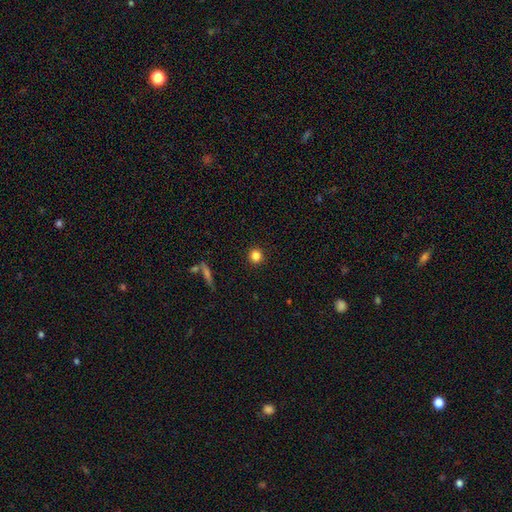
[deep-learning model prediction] A smooth galaxy with no disk features (84%) that is round (92%).

Vote fractions:
- Smooth or featured? smooth: 84% / star or artifact: 11% / featured or disk: 5%
- How rounded? round: 92% / in between: 7% / cigar-shaped: 1%
- Merging? none: 92% / minor disturbance: 5% / major disturbance: 2% / merger: 1%